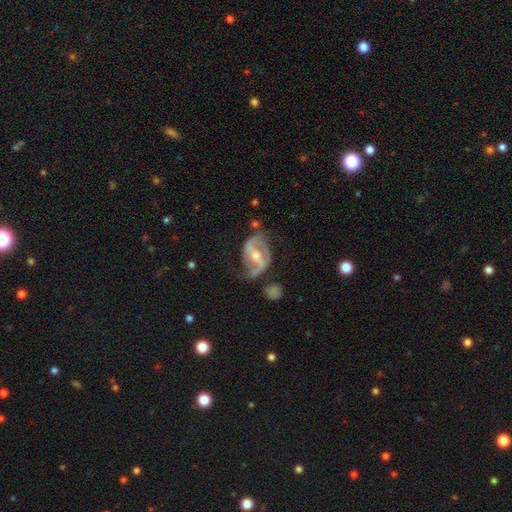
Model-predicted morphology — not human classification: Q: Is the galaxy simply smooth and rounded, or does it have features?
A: featured or disk — 84%.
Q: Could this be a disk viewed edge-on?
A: no — 96%.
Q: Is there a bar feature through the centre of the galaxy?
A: strong — 46%.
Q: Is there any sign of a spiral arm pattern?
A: yes — 86%.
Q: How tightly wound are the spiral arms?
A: medium — 45%.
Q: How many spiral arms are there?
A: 2 — 82%.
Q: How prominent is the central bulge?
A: moderate — 64%.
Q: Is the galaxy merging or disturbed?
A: none — 53%.